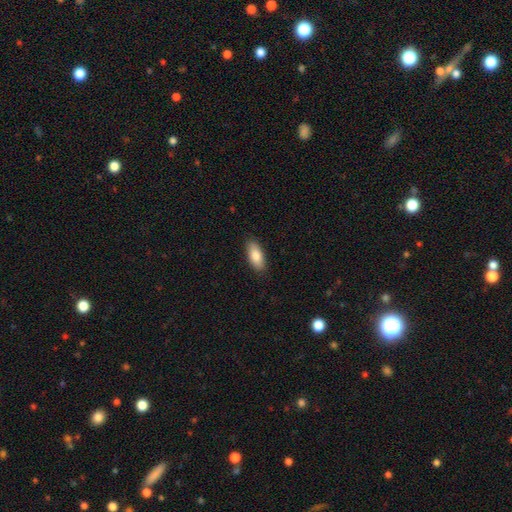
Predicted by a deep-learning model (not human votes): A smooth galaxy with no disk features (85%) that is in between round and cigar-shaped (85%).

Vote fractions:
- Smooth or featured? smooth: 85% / featured or disk: 9% / star or artifact: 6%
- How rounded? in between: 85% / cigar-shaped: 13% / round: 2%
- Merging? none: 89% / minor disturbance: 8% / major disturbance: 2% / merger: 1%